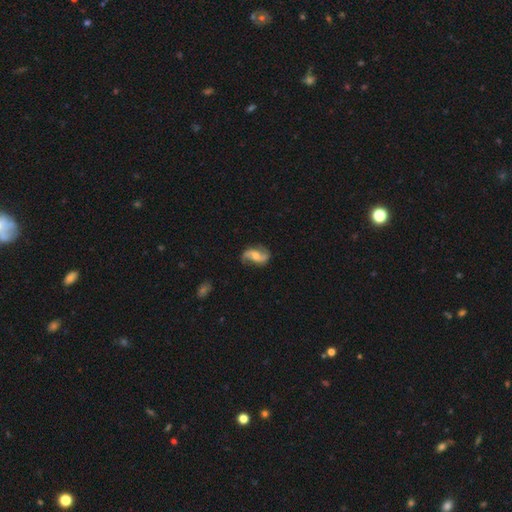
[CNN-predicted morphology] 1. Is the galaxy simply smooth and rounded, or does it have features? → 87% featured or disk, 8% smooth, 5% star or artifact.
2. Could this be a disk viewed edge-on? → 97% no, 3% yes.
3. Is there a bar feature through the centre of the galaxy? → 44% no, 40% weak, 16% strong.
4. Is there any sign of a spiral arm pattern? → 97% yes, 3% no.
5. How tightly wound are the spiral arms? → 63% loose, 29% medium, 7% tight.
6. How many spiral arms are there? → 94% 2, 2% can't tell, 2% 1, 1% 3, 1% 4, 1% more than 4.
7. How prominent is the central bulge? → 56% moderate, 31% small, 6% large, 5% none, 1% dominant.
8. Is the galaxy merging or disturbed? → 78% none, 15% minor disturbance, 5% major disturbance, 2% merger.